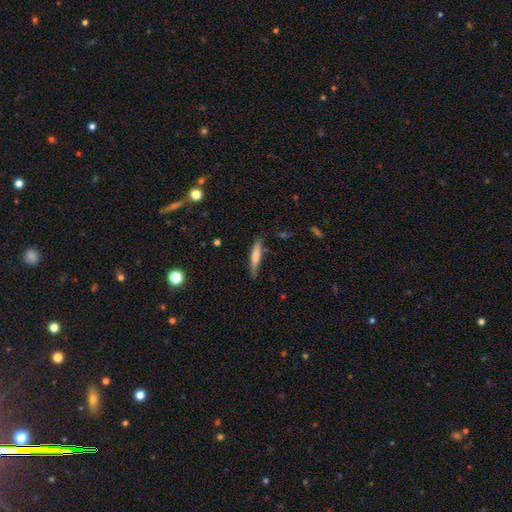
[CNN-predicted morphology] smooth 66%, featured or disk 28%, star or artifact 6%. Down the decision tree: how rounded — cigar-shaped (88%); merging — none (79%).